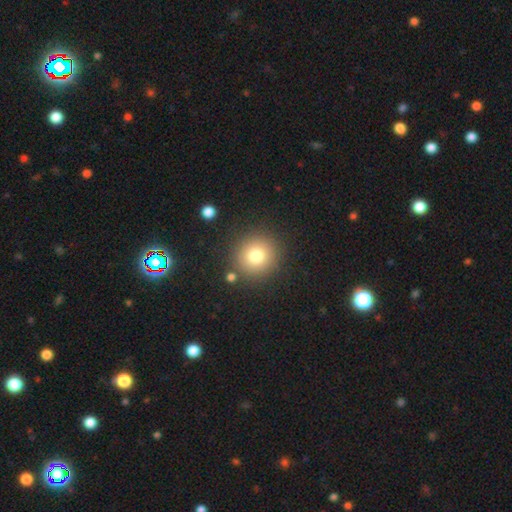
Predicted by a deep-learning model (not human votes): This is likely a smooth galaxy (78%). How rounded: clearly round (93%). Merging: clearly none (86%).